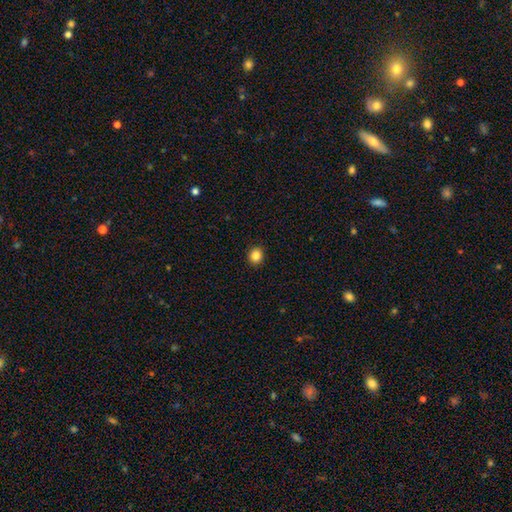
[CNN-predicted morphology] A smooth galaxy with no disk features (85%) that is round (83%).

Vote fractions:
- Smooth or featured? smooth: 85% / star or artifact: 11% / featured or disk: 5%
- How rounded? round: 83% / in between: 16% / cigar-shaped: 1%
- Merging? none: 92% / minor disturbance: 5% / major disturbance: 2% / merger: 1%